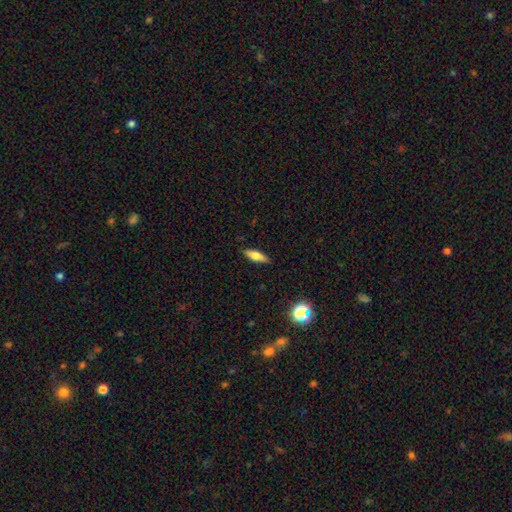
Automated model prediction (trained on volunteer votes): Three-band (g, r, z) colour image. It shows a smooth galaxy with no disk features (70%) that is in between round and cigar-shaped (51%). Merging: none (88%).